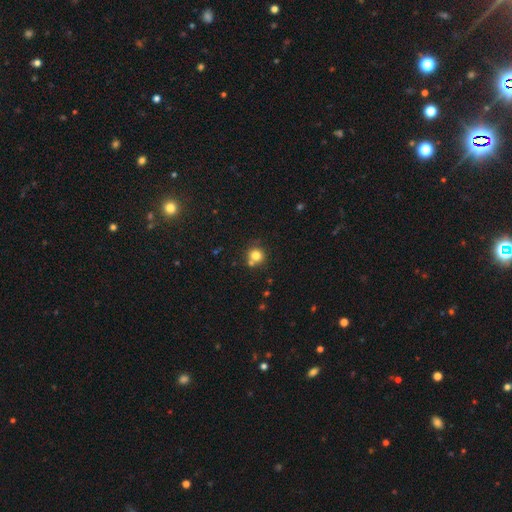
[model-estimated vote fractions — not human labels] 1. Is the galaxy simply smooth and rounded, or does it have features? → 79% smooth, 12% star or artifact, 9% featured or disk.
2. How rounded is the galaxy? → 90% round, 9% in between, 1% cigar-shaped.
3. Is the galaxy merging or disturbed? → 66% none, 20% merger, 11% minor disturbance, 3% major disturbance.